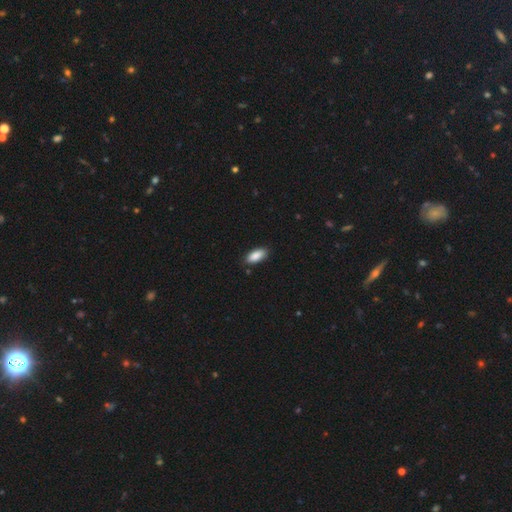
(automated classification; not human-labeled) A smooth galaxy with no disk features (89%) that is in between round and cigar-shaped (88%).

Vote fractions:
- Smooth or featured? smooth: 89% / star or artifact: 6% / featured or disk: 5%
- How rounded? in between: 88% / cigar-shaped: 10% / round: 2%
- Merging? none: 86% / minor disturbance: 11% / major disturbance: 2% / merger: 1%